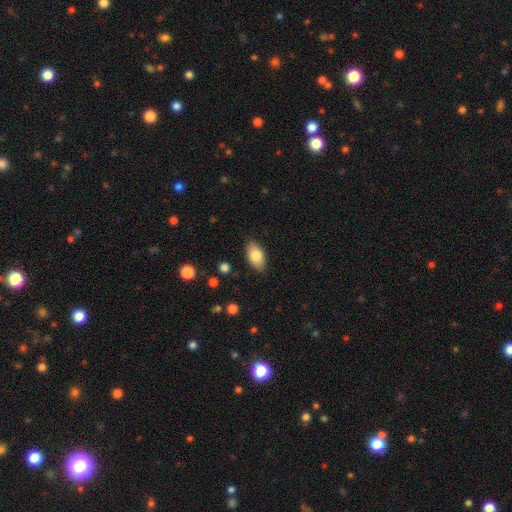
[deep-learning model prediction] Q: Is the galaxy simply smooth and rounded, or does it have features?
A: smooth — 82%.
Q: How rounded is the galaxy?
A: in between — 93%.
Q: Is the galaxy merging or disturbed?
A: none — 86%.